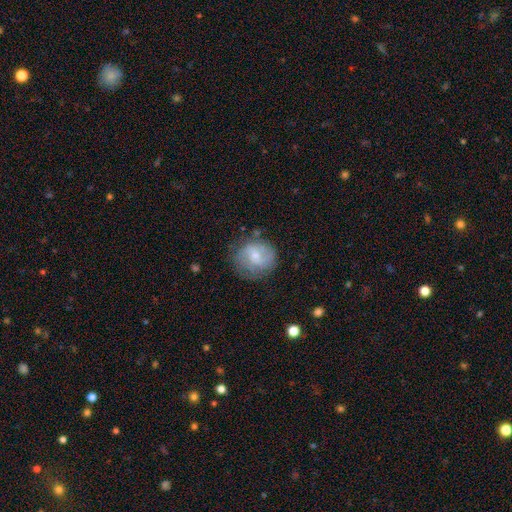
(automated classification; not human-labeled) Smooth or featured?
  - featured or disk: 52% *
  - smooth: 41%
  - star or artifact: 7%
Edge-on disk?
  - no: 98% *
  - yes: 2%
Bar?
  - no: 57% *
  - weak: 37%
  - strong: 6%
Spiral arms?
  - yes: 82% *
  - no: 18%
Bulge size?
  - small: 52% *
  - moderate: 38%
  - none: 6%
  - large: 3%
  - dominant: 1%
Merging?
  - none: 69% *
  - minor disturbance: 20%
  - major disturbance: 9%
  - merger: 2%